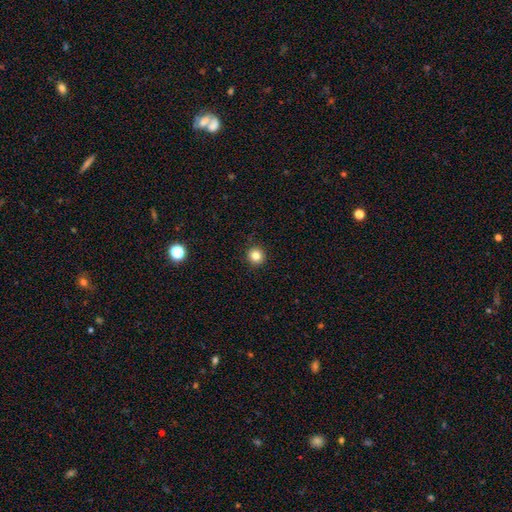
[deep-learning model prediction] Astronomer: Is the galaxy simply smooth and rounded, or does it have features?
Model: smooth — 83%.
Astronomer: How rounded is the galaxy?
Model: round — 94%.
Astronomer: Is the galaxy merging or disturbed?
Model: none — 92%.